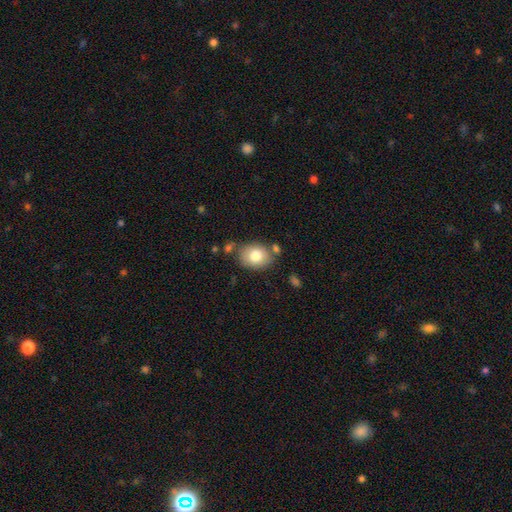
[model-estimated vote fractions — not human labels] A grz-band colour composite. It shows a smooth galaxy with no disk features (78%) that is in between round and cigar-shaped (58%). Merging: none (73%).